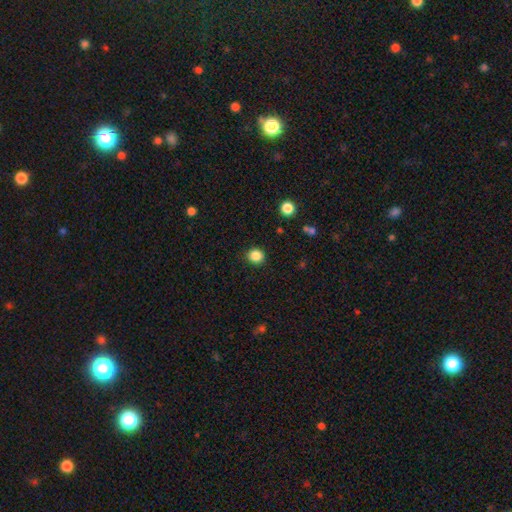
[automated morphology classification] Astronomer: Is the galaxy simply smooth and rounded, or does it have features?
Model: smooth — 86%.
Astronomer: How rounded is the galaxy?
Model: round — 87%.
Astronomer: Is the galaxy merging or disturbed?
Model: none — 90%.